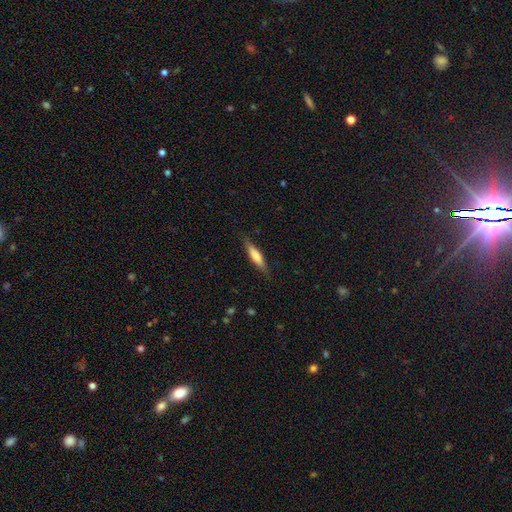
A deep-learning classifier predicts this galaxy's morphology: smooth_or_featured: smooth (p=0.65) [alt: featured or disk p=0.30]
how_rounded: cigar-shaped (p=0.77) [alt: in between p=0.22]
merging: none (p=0.83) [alt: minor disturbance p=0.13]